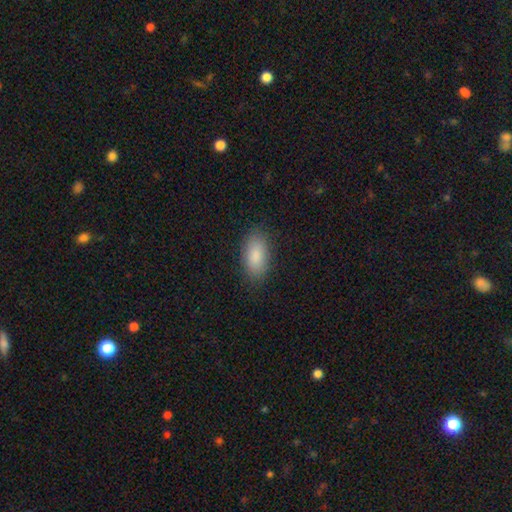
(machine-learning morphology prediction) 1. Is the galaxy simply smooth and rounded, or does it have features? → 87% smooth, 7% star or artifact, 6% featured or disk.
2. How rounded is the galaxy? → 92% in between, 5% cigar-shaped, 3% round.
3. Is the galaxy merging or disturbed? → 87% none, 10% minor disturbance, 3% major disturbance, 1% merger.